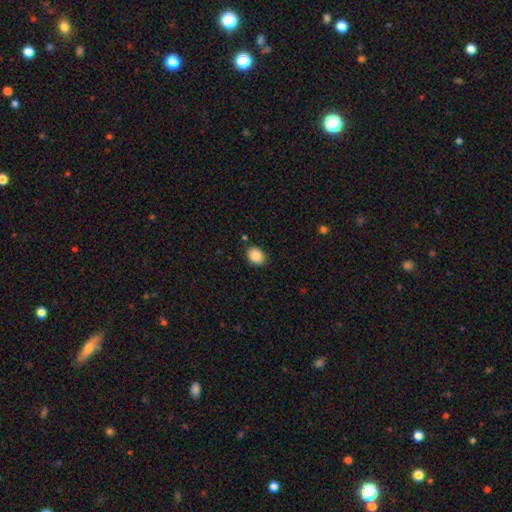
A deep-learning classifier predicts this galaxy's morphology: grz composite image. It shows a smooth galaxy with no disk features (88%) that is in between round and cigar-shaped (65%). Merging: none (85%).